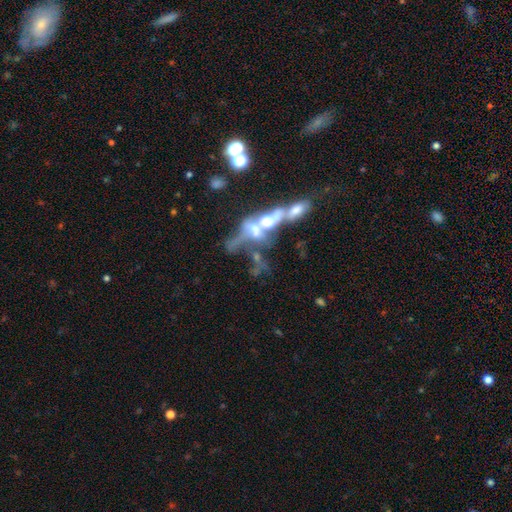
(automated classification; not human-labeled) The model was most divided on "smooth or featured": featured or disk: 53%, star or artifact: 27%, smooth: 19%. More confident: edge-on disk — no (68%); merging — merger (53%).